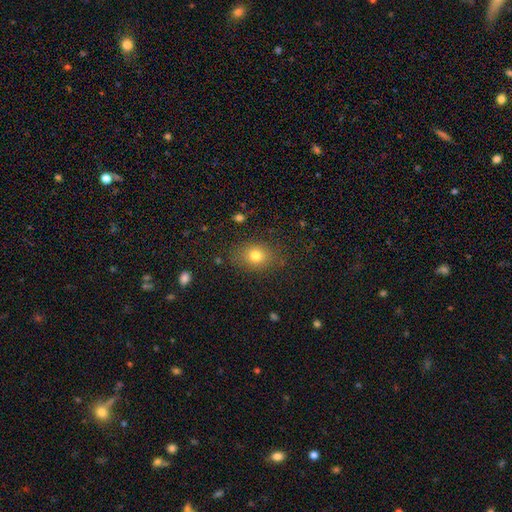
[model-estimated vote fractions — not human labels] smooth_or_featured: smooth (p=0.78) [alt: star or artifact p=0.12]
how_rounded: in between (p=0.61) [alt: round p=0.38]
merging: none (p=0.82) [alt: minor disturbance p=0.12]